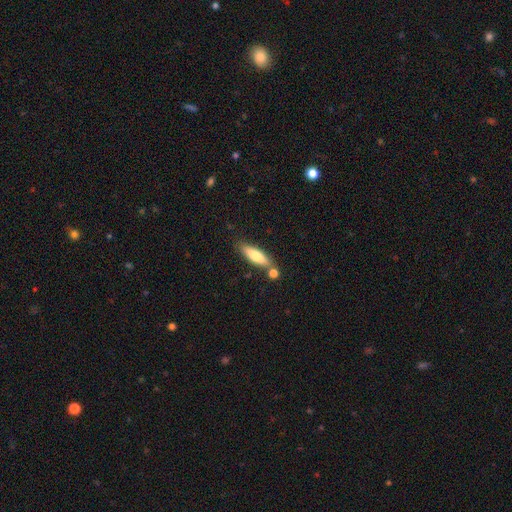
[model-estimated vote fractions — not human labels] Smooth or featured? smooth (73%)
How rounded? cigar-shaped (60%)
Merging? none (68%)